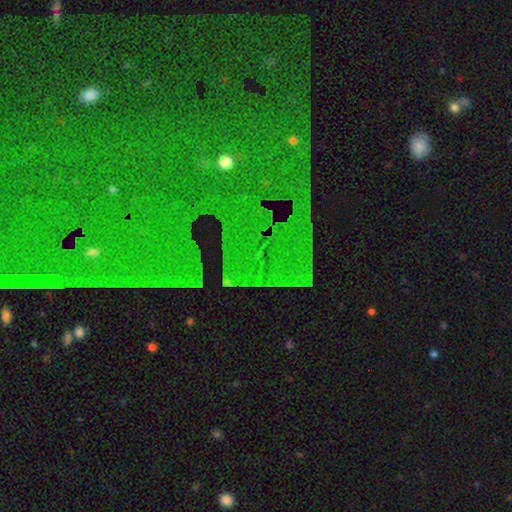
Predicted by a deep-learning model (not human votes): smooth_or_featured: star or artifact (p=0.81) [alt: featured or disk p=0.10]